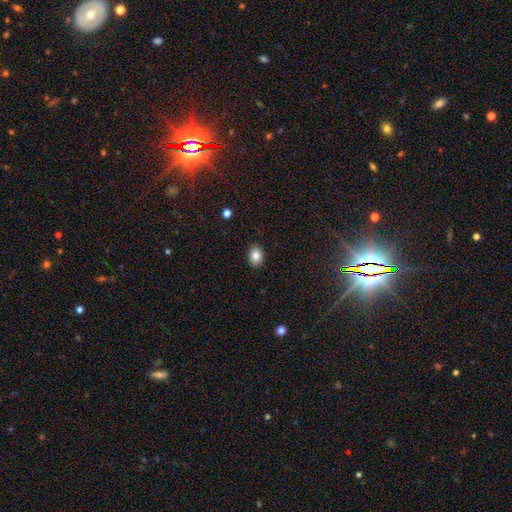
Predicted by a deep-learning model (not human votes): smooth_or_featured: smooth (p=0.84) [alt: star or artifact p=0.09]
how_rounded: in between (p=0.69) [alt: round p=0.30]
merging: none (p=0.89) [alt: minor disturbance p=0.08]